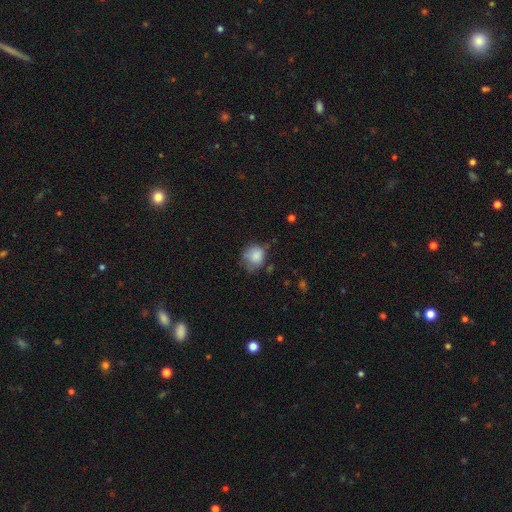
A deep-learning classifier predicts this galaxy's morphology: type=smooth (81%); roundness=round (74%); merging=none (50%).